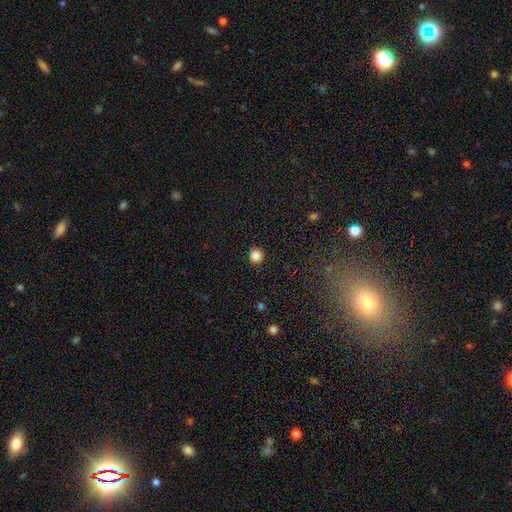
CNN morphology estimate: This appears to be a smooth galaxy with no disk features (85%) that is round (92%). Merging: none (89%).